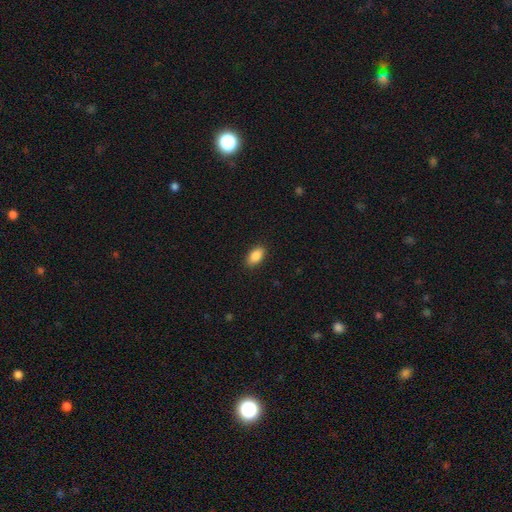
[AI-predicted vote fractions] Morphology: type=smooth (88%); roundness=in between (92%); merging=none (89%).